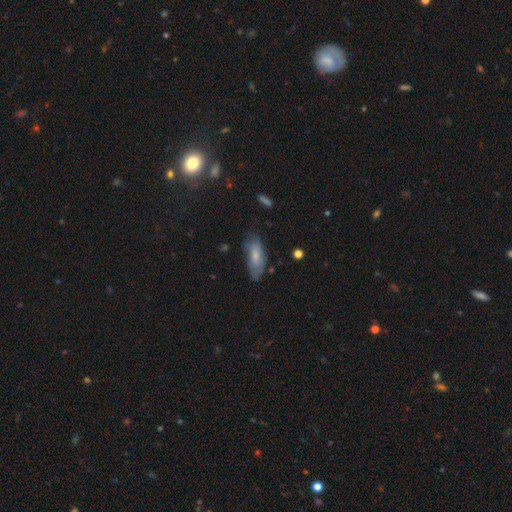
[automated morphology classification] Overall: smooth (64%; featured or disk 29%). How rounded: in between (79%). Merging: none (63%; minor disturbance 27%).